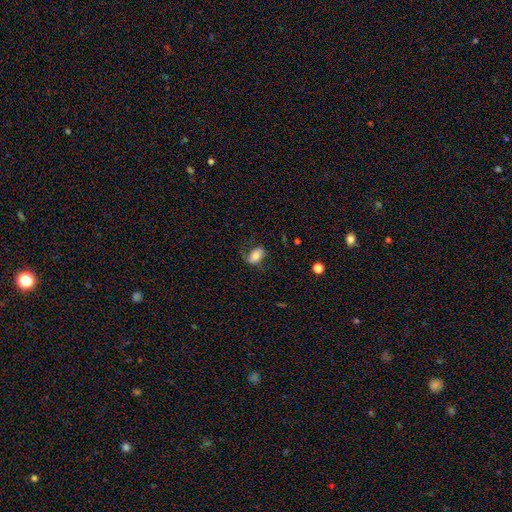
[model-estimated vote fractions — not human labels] Smooth or featured: smooth — 68% (featured or disk — 24%)
How rounded: in between — 87% (round — 11%)
Merging: none — 64% (minor disturbance — 22%)